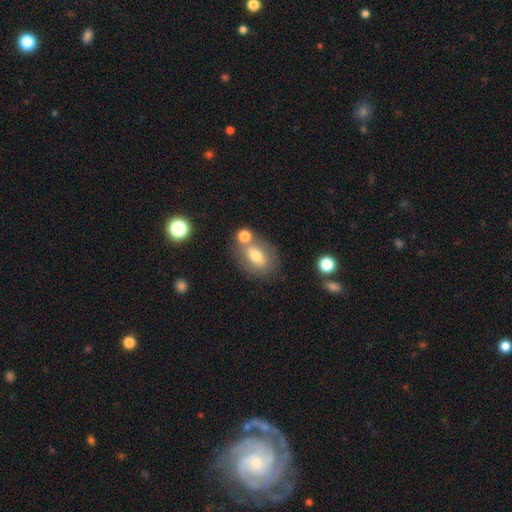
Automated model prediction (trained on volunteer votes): Smooth or featured? Predicted: smooth (p=0.61). How rounded? Predicted: in between (p=0.74). Merging? Predicted: none (p=0.57).